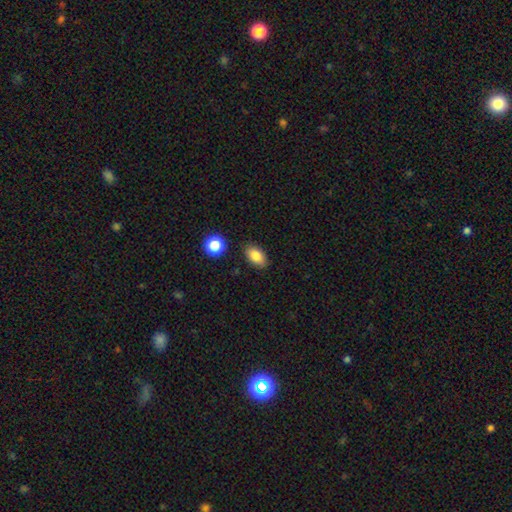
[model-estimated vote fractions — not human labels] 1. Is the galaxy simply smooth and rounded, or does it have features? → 85% smooth, 9% star or artifact, 6% featured or disk.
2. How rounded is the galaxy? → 89% in between, 9% round, 2% cigar-shaped.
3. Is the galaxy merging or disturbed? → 84% none, 11% minor disturbance, 2% major disturbance, 2% merger.